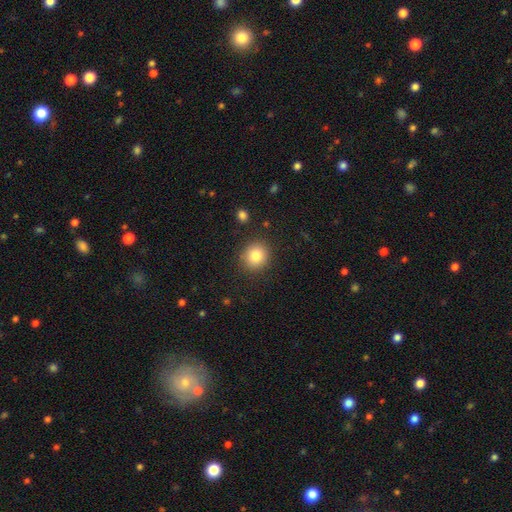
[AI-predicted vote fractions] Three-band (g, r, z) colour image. It shows a smooth galaxy with no disk features (83%) that is round (84%). Merging: none (89%).